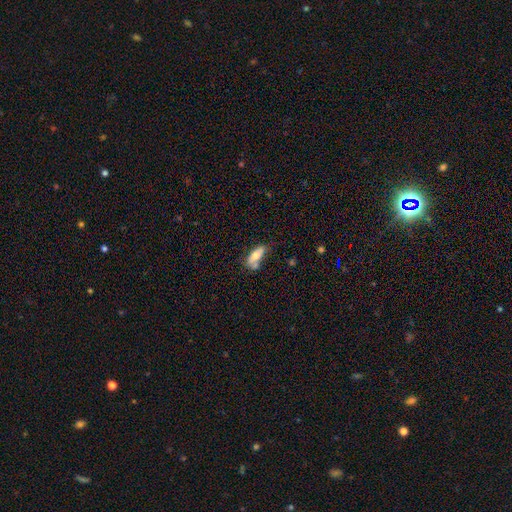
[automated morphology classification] Q: Smooth or featured?
A: smooth (63%); runner-up: featured or disk (29%)
Q: How rounded?
A: in between (76%); runner-up: cigar-shaped (20%)
Q: Merging?
A: none (33%); runner-up: minor disturbance (26%)